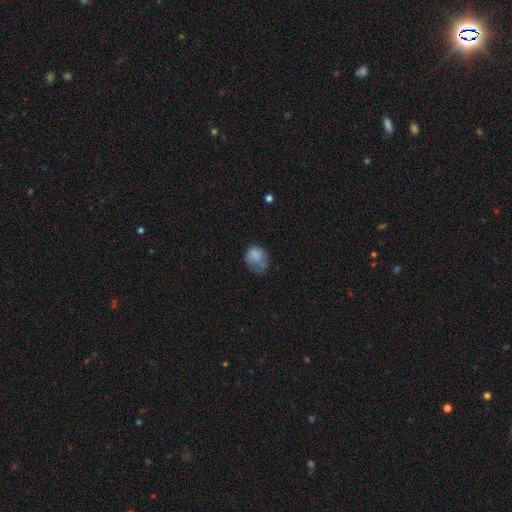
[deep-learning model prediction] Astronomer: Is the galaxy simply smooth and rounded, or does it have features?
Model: smooth — 71%.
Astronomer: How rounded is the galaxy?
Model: round — 54% (runner-up: in between, 45%).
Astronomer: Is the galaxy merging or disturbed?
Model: none — 38% (runner-up: minor disturbance, 33%).